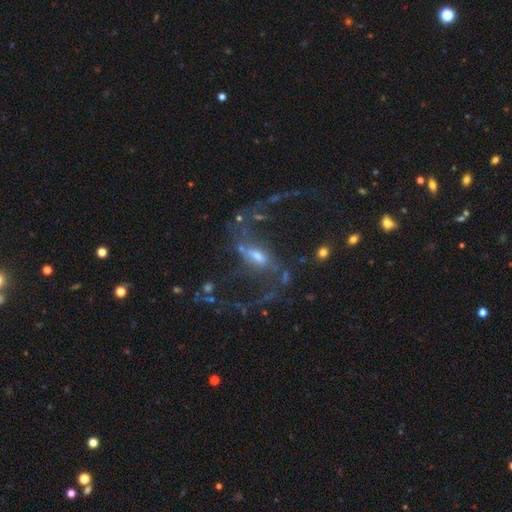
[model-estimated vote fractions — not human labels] Q: Smooth or featured?
A: featured or disk (82%); runner-up: star or artifact (10%)
Q: Edge-on disk?
A: no (93%); runner-up: yes (7%)
Q: Bar?
A: weak (46%); runner-up: strong (33%)
Q: Spiral arms?
A: yes (87%); runner-up: no (13%)
Q: Spiral winding?
A: loose (80%); runner-up: medium (15%)
Q: Spiral arm count?
A: 2 (81%); runner-up: can't tell (6%)
Q: Bulge size?
A: small (44%); runner-up: moderate (43%)
Q: Merging?
A: none (47%); runner-up: major disturbance (31%)